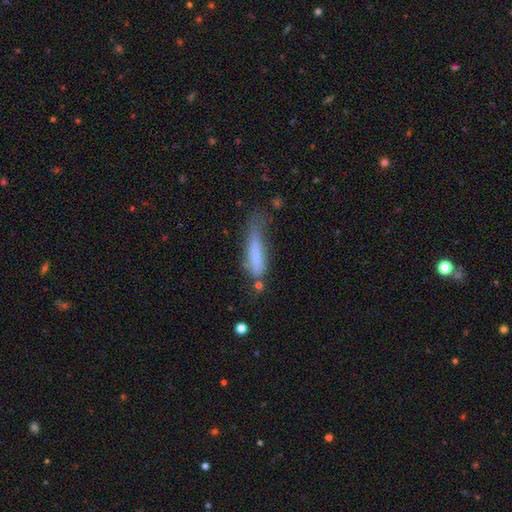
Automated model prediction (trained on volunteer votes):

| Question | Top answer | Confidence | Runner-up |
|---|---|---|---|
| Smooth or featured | smooth | 72% | featured or disk (19%) |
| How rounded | cigar-shaped | 79% | in between (19%) |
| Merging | none | 33% | tied: minor disturbance (33%) |